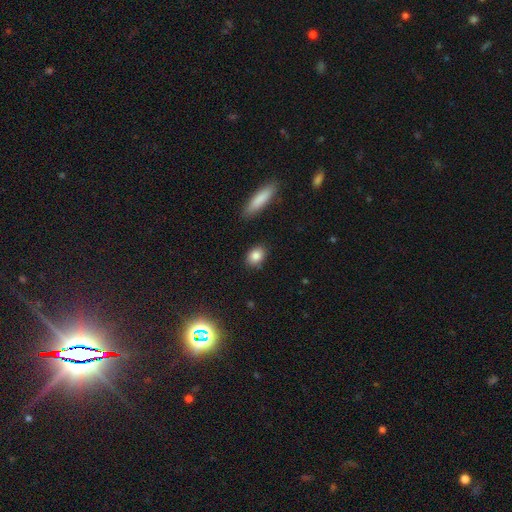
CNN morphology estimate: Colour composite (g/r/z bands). It shows a smooth galaxy with no disk features (85%) that is in between round and cigar-shaped (69%). Merging: none (85%).